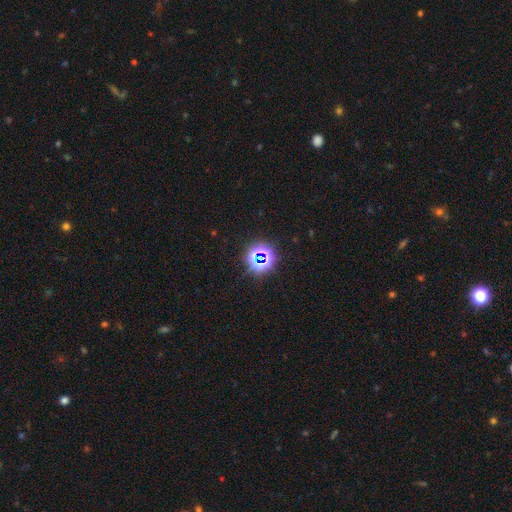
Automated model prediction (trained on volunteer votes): This is likely a star or artifact rather than a galaxy (74%).